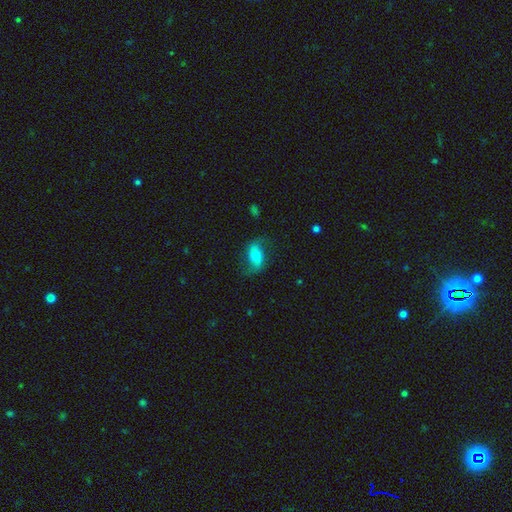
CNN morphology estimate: The model was most divided on "bar": no: 42%, weak: 31%, strong: 27%. More confident: edge-on disk — no (91%); spiral arms — yes (86%); merging — none (71%); smooth or featured — featured or disk (57%); bulge size — moderate (56%).